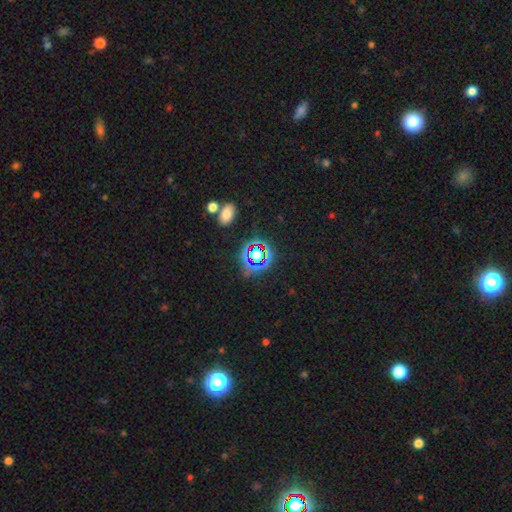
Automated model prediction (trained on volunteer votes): A star or artifact, not a galaxy (66%).